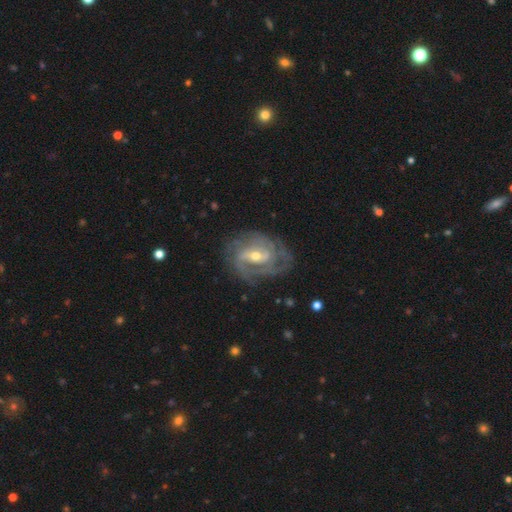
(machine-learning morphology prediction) This appears to be a featured or disk galaxy (88%) with a weak bar (46%), 2 (35%) tight (52%) spiral arms (96%) and a moderate central bulge (49%). Merging: none (68%).